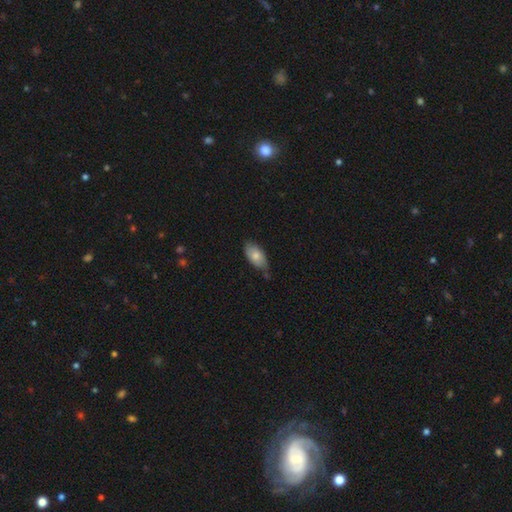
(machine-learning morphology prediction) A smooth galaxy with no disk features (74%) that is in between round and cigar-shaped (92%). Merging: none (61%).